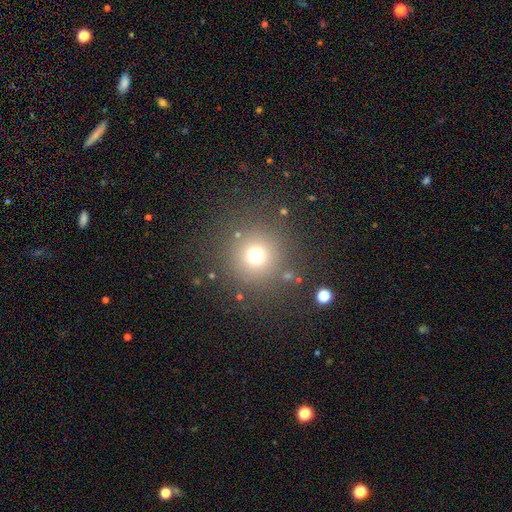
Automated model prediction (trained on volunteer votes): Smooth or featured? smooth (71%)
How rounded? round (95%)
Merging? none (84%)